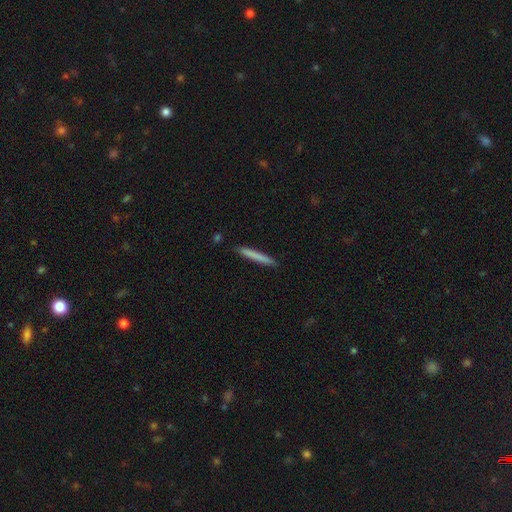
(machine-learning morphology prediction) This appears to be a smooth galaxy with no disk features (77%) that is cigar-shaped (97%). Merging: none (91%).